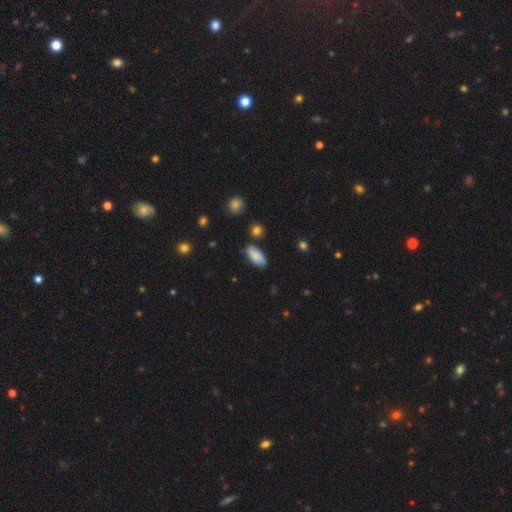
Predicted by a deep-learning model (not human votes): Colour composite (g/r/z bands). It shows a smooth galaxy with no disk features (84%) that is in between round and cigar-shaped (87%). Merging: none (76%).